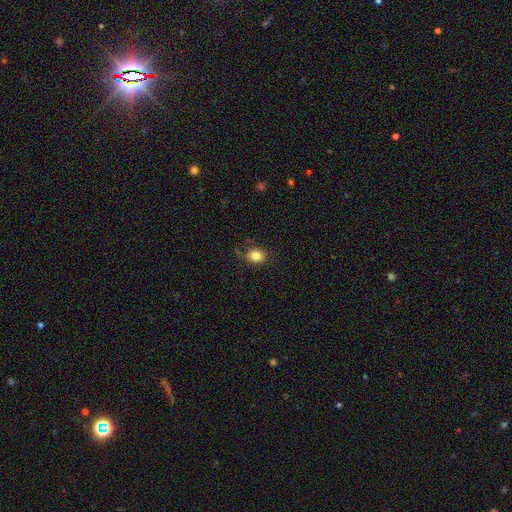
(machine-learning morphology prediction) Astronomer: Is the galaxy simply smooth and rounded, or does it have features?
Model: smooth — 83%.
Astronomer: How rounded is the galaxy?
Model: round — 59% (runner-up: in between, 40%).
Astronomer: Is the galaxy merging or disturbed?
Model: none — 83%.